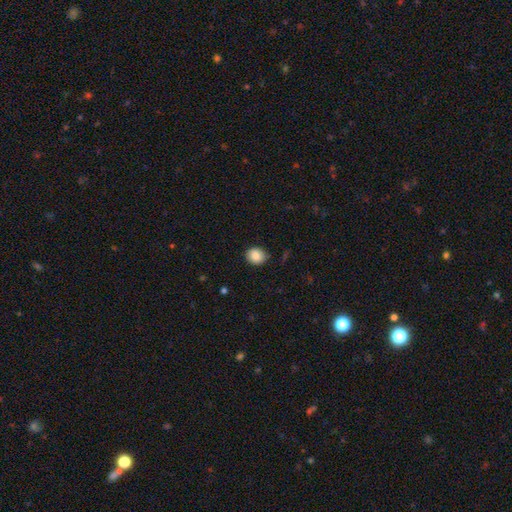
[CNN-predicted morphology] This is clearly a smooth galaxy (87%). How rounded: likely round (71%). Merging: clearly none (86%).